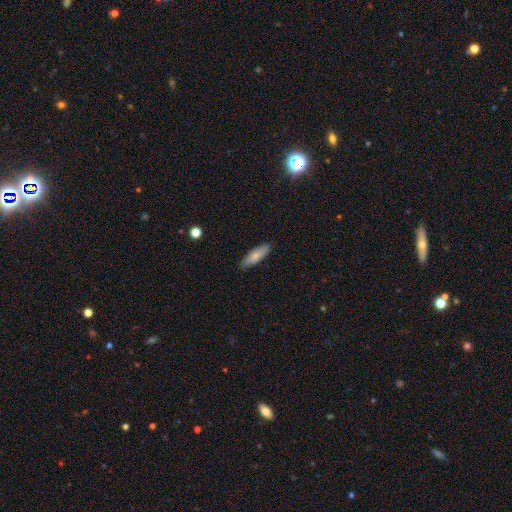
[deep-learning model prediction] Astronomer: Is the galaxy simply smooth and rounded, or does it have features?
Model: smooth — 75%.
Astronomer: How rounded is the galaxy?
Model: in between — 51% (runner-up: cigar-shaped, 47%).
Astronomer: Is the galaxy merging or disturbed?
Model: none — 86%.